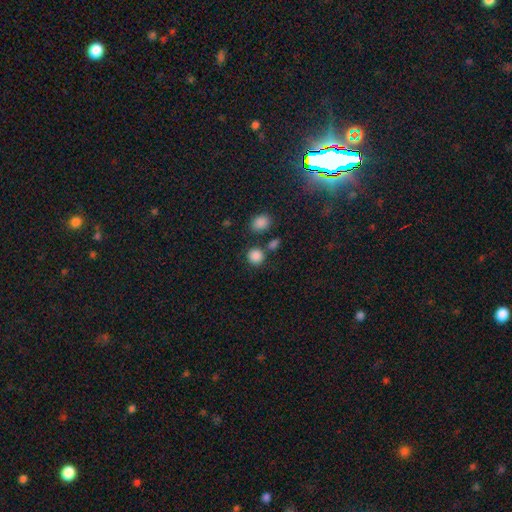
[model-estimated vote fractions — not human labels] smooth_or_featured: smooth (p=0.86) [alt: star or artifact p=0.10]
how_rounded: round (p=0.86) [alt: in between p=0.13]
merging: none (p=0.73) [alt: merger p=0.13]